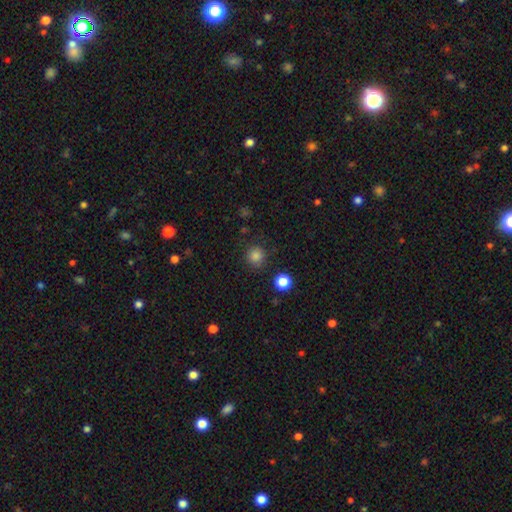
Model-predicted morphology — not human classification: A smooth galaxy with no disk features (83%) that is round (93%).

Vote fractions:
- Smooth or featured? smooth: 83% / star or artifact: 13% / featured or disk: 3%
- How rounded? round: 93% / in between: 6% / cigar-shaped: 1%
- Merging? none: 88% / minor disturbance: 8% / major disturbance: 3% / merger: 2%